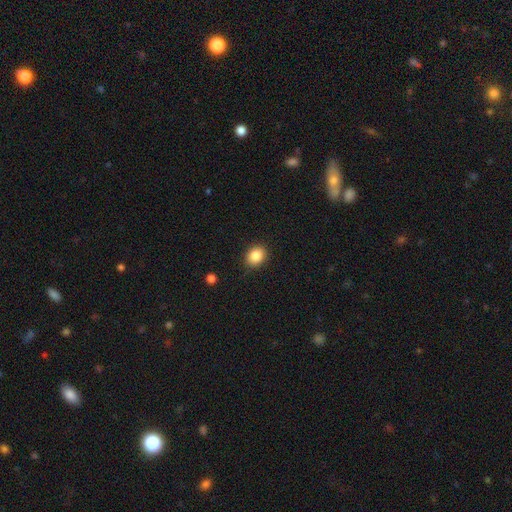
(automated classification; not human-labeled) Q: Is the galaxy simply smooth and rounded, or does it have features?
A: smooth — 87%.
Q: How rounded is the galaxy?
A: round — 57%.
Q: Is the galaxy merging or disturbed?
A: none — 87%.